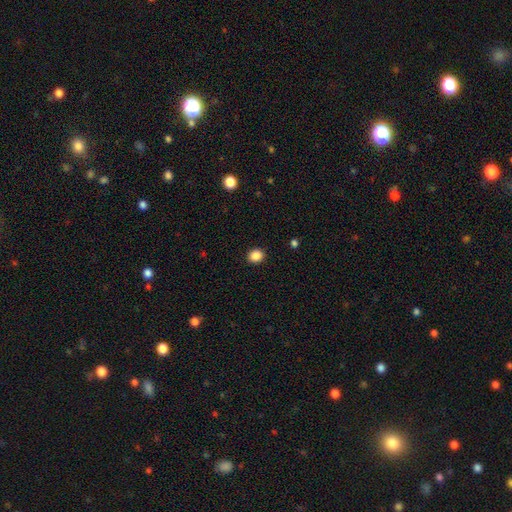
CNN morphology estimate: The model was most divided on "how rounded": round: 71%, in between: 28%, cigar-shaped: 1%. More confident: merging — none (91%); smooth or featured — smooth (87%).